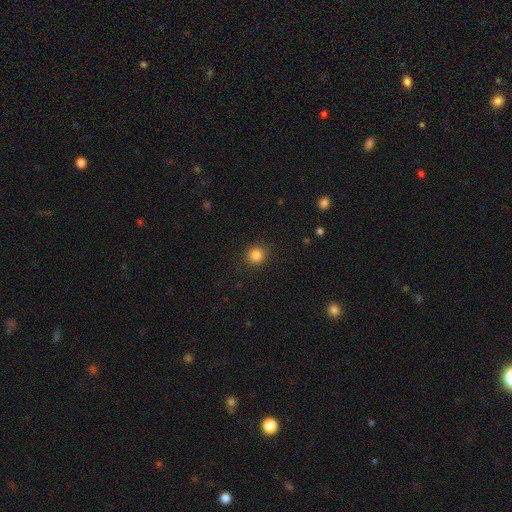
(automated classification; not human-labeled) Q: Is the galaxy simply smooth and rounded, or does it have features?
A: smooth — 84%.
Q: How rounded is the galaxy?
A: round — 89%.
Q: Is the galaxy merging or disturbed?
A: none — 90%.